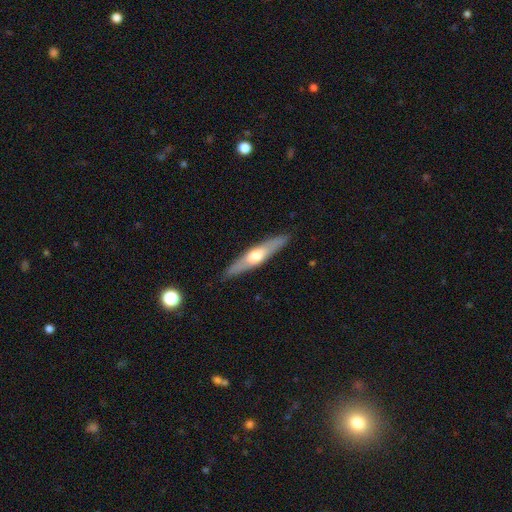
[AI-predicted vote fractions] Smooth or featured?
  - featured or disk: 56% *
  - smooth: 39%
  - star or artifact: 5%
Edge-on disk?
  - yes: 89% *
  - no: 11%
Merging?
  - none: 89% *
  - minor disturbance: 8%
  - major disturbance: 2%
  - merger: 1%